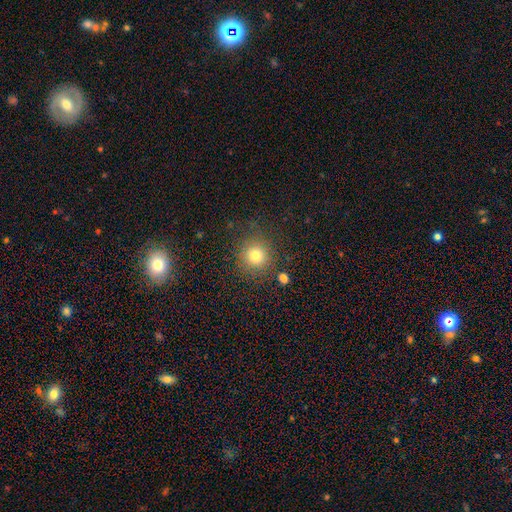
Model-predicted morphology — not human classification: Smooth or featured?
  - smooth: 78% *
  - star or artifact: 15%
  - featured or disk: 8%
How rounded?
  - round: 91% *
  - in between: 8%
  - cigar-shaped: 1%
Merging?
  - none: 83% *
  - minor disturbance: 10%
  - major disturbance: 5%
  - merger: 3%